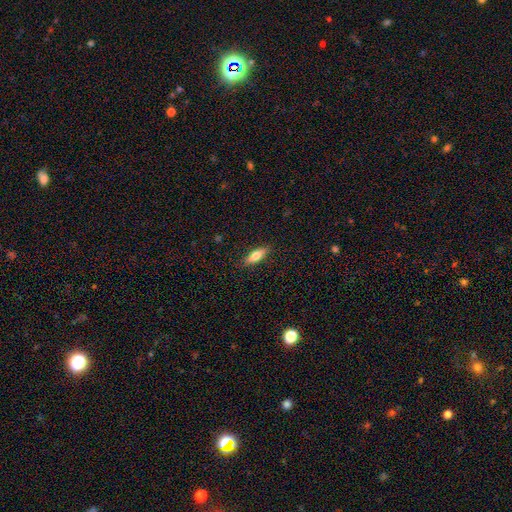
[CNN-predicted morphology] Smooth or featured? Predicted: smooth (p=0.73). How rounded? Predicted: in between (p=0.60). Merging? Predicted: none (p=0.87).